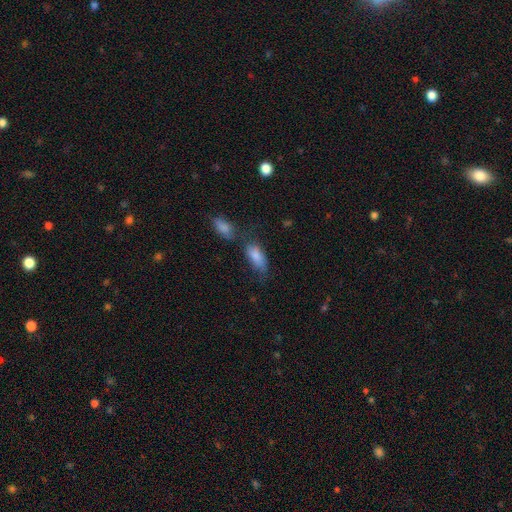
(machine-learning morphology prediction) A smooth galaxy with no disk features (79%) that is in between round and cigar-shaped (81%).

Vote fractions:
- Smooth or featured? smooth: 79% / featured or disk: 12% / star or artifact: 10%
- How rounded? in between: 81% / cigar-shaped: 15% / round: 4%
- Merging? none: 44% / merger: 25% / minor disturbance: 21% / major disturbance: 10%